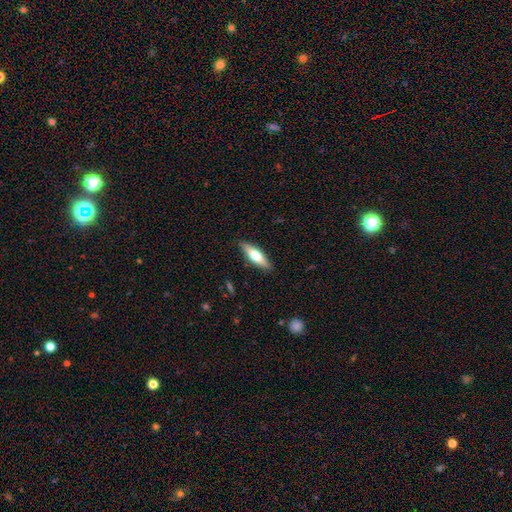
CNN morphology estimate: smooth 54%, featured or disk 40%, star or artifact 6%. Down the decision tree: how rounded — cigar-shaped (57%); merging — none (88%).